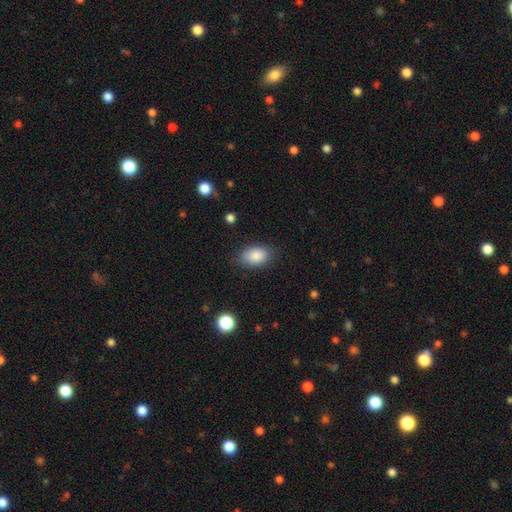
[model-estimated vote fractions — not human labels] Q: Smooth or featured?
A: smooth (86%); runner-up: star or artifact (7%)
Q: How rounded?
A: in between (88%); runner-up: round (11%)
Q: Merging?
A: none (79%); runner-up: minor disturbance (16%)